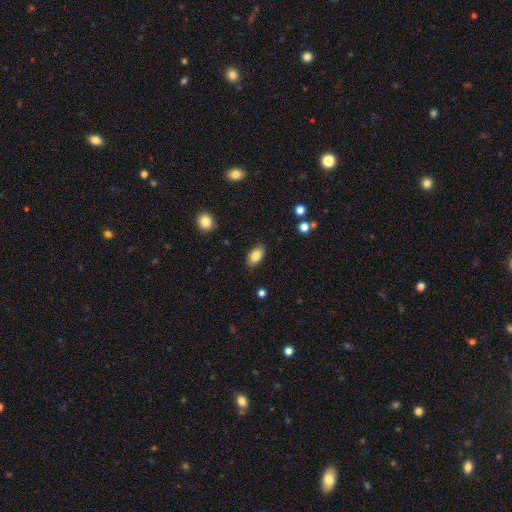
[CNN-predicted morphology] Overall: smooth (85%). How rounded: in between (90%). Merging: none (85%).